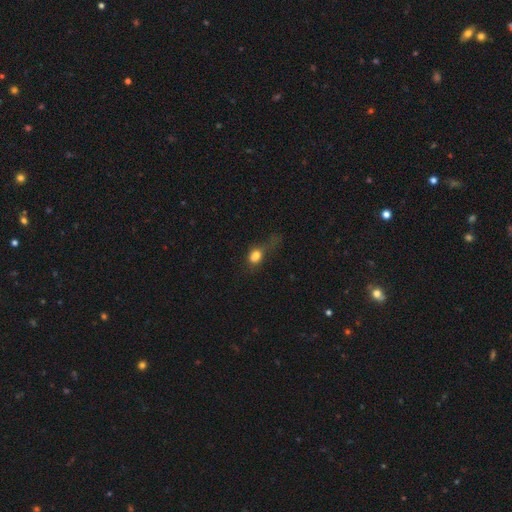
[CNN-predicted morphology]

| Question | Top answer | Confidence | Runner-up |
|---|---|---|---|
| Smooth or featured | smooth | 77% | star or artifact (12%) |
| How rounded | in between | 61% | round (36%) |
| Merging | major disturbance | 42% | none (28%) |